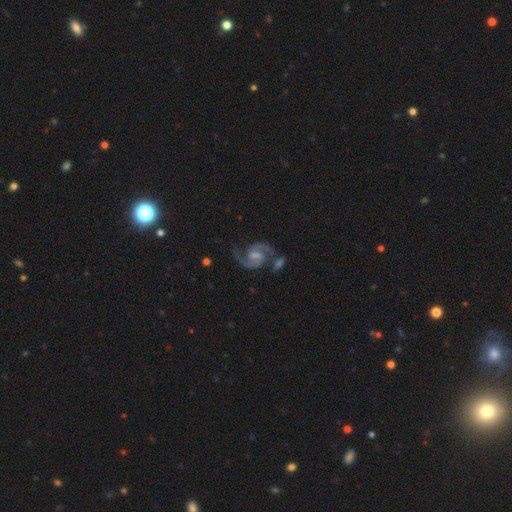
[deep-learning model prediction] Morphology: type=featured or disk (92%); edge-on=no (98%); bar=weak (52%); spiral arms=yes (98%); winding=medium (63%); arm count=2 (94%); bulge=small (39%); merging=none (66%).